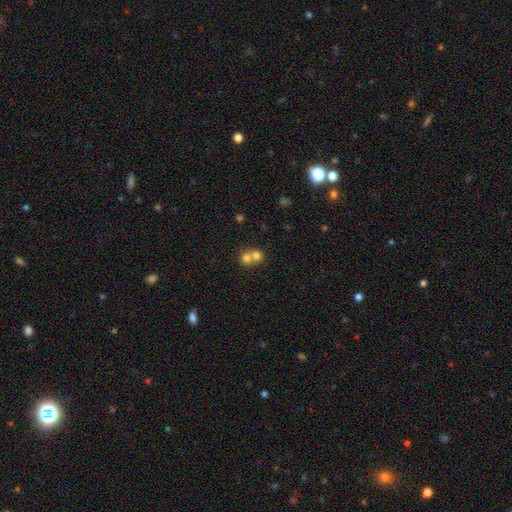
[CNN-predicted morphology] Smooth or featured? smooth (73%)
How rounded? round (83%)
Merging? merger (64%)